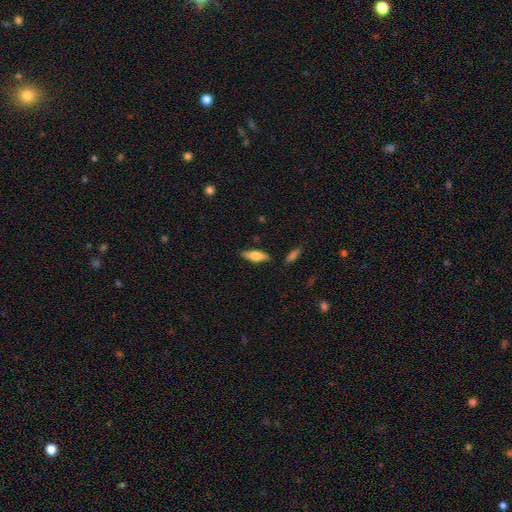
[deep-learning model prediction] Smooth or featured?
  - smooth: 65% *
  - featured or disk: 29%
  - star or artifact: 6%
How rounded?
  - in between: 56% *
  - cigar-shaped: 42%
  - round: 2%
Merging?
  - none: 84% *
  - minor disturbance: 11%
  - merger: 2%
  - major disturbance: 2%